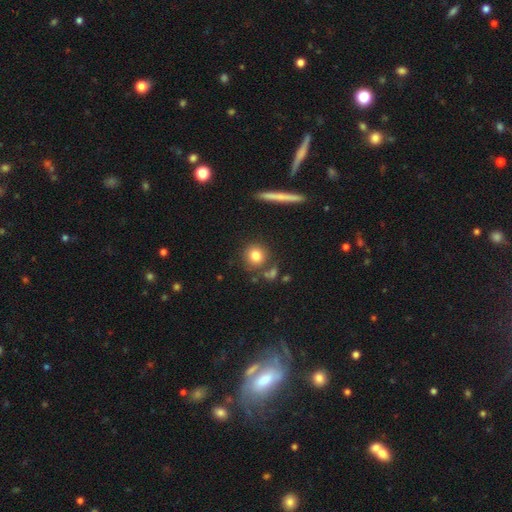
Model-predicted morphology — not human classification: A smooth galaxy with no disk features (80%) that is round (85%). Merging: none (78%).